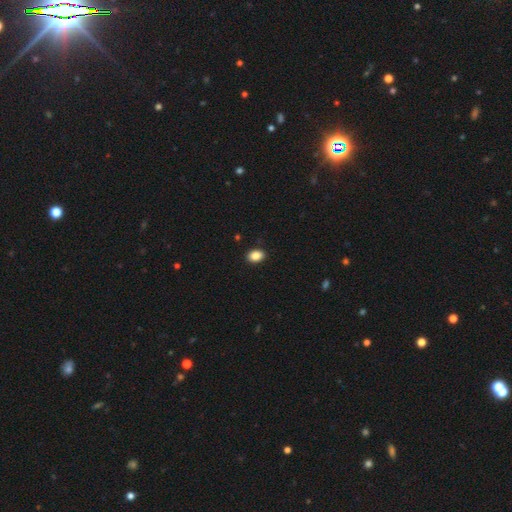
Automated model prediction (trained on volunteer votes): The model was most divided on "how rounded": in between: 75%, round: 24%, cigar-shaped: 1%. More confident: merging — none (90%); smooth or featured — smooth (88%).